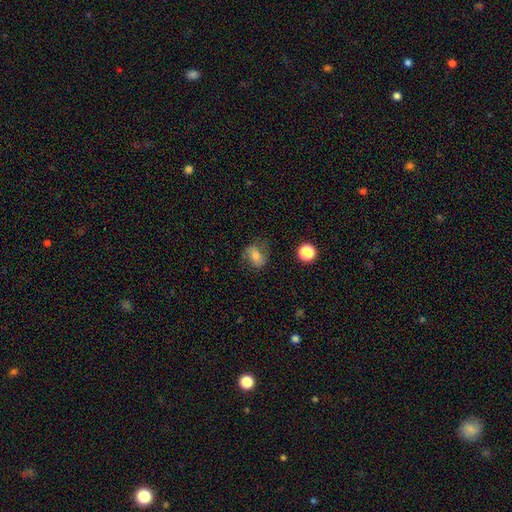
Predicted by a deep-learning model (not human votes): This is possibly a smooth galaxy (48%). Merging: likely none (66%).